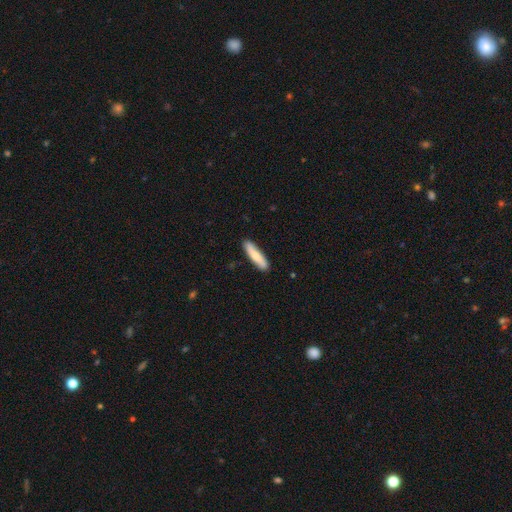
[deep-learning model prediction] Overall: smooth (75%). How rounded: cigar-shaped (82%). Merging: none (88%).